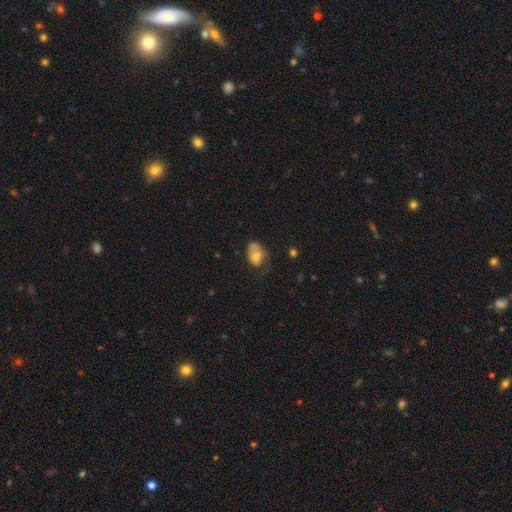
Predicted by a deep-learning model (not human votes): Q: Smooth or featured?
A: smooth (67%); runner-up: featured or disk (23%)
Q: How rounded?
A: in between (76%); runner-up: round (22%)
Q: Merging?
A: none (36%); runner-up: minor disturbance (31%)